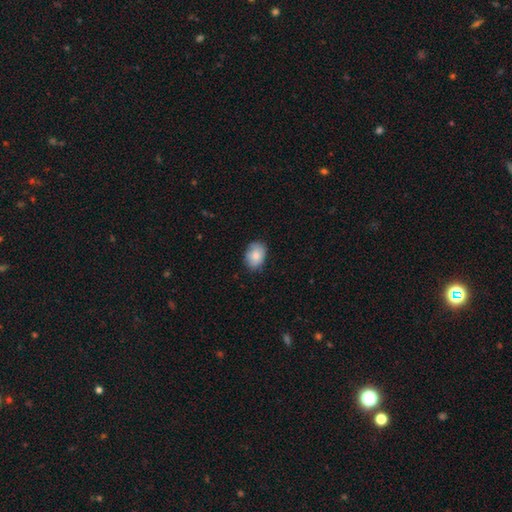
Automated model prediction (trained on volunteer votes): Smooth or featured? smooth (83%)
How rounded? in between (75%)
Merging? none (76%)